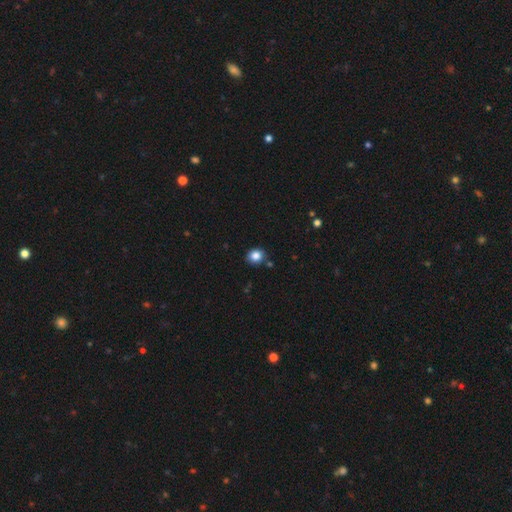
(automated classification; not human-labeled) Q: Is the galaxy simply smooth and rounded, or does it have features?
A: smooth — 85%.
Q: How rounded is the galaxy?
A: round — 76%.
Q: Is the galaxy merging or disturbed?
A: none — 84%.